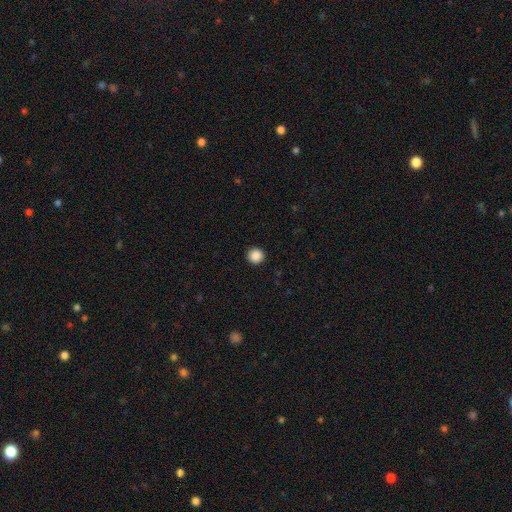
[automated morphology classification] type=smooth (88%); roundness=round (95%); merging=none (93%).